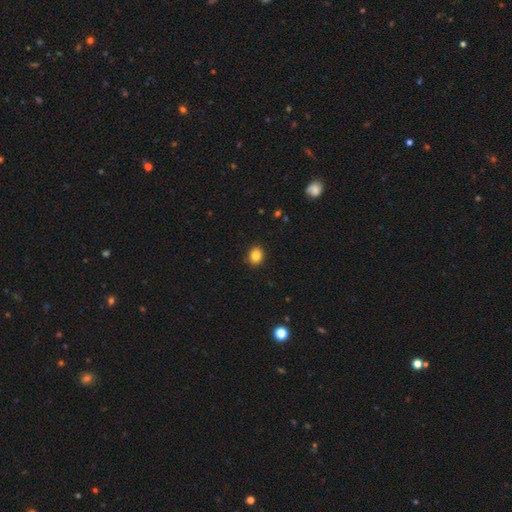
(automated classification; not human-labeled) The model was most divided on "how rounded": round: 61%, in between: 38%, cigar-shaped: 1%. More confident: merging — none (90%); smooth or featured — smooth (84%).